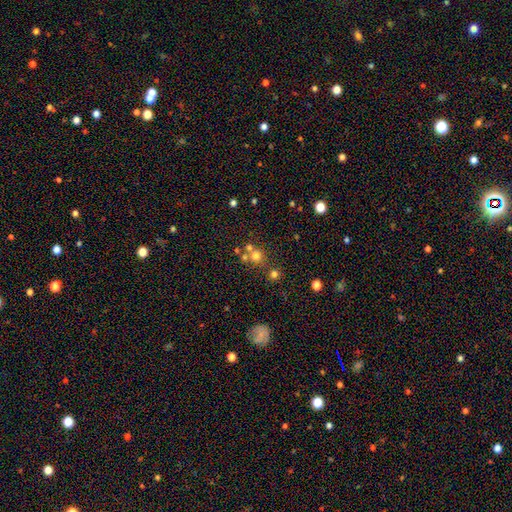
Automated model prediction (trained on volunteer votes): This appears to be a smooth galaxy with no disk features (68%) that is round (88%). Merging: none (58%).